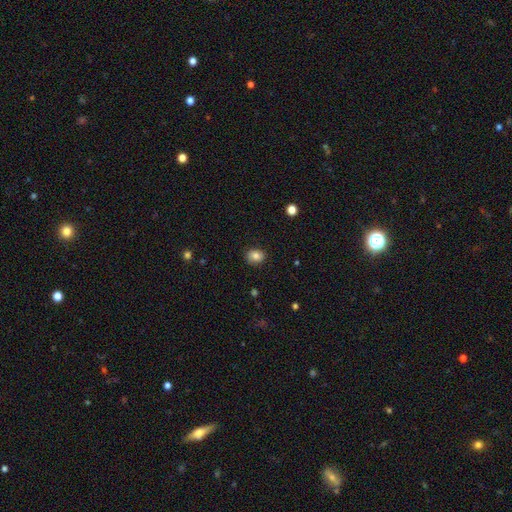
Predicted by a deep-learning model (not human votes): smooth 81%, star or artifact 10%, featured or disk 9%. Down the decision tree: how rounded — round (57%); merging — none (86%).